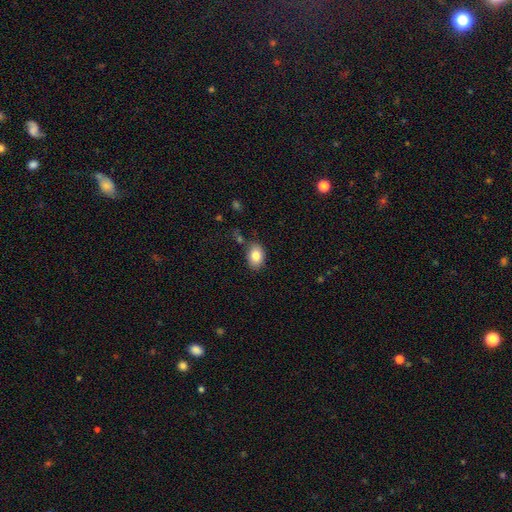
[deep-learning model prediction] Smooth or featured: smooth — 82% (featured or disk — 10%)
How rounded: in between — 80% (round — 19%)
Merging: none — 78% (minor disturbance — 13%)